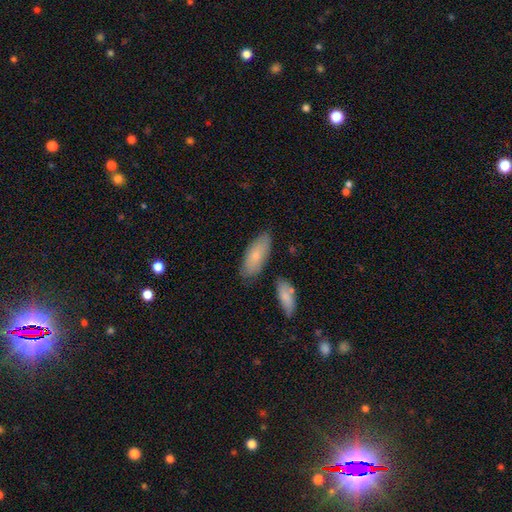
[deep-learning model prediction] Q: Smooth or featured?
A: smooth (76%); runner-up: featured or disk (18%)
Q: How rounded?
A: in between (82%); runner-up: cigar-shaped (15%)
Q: Merging?
A: none (77%); runner-up: minor disturbance (15%)